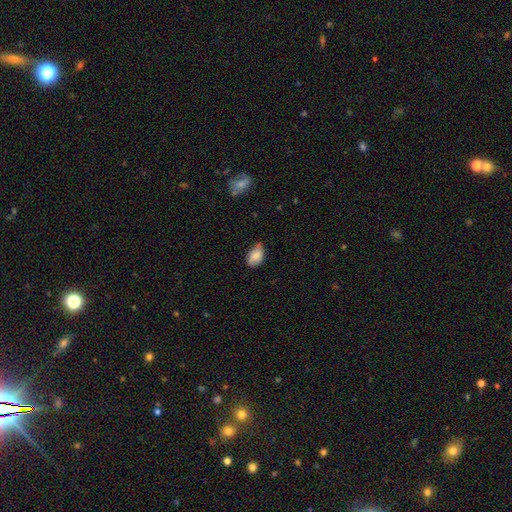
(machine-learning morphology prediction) This is likely a smooth galaxy (79%). How rounded: clearly in between (89%). Merging: possibly none (57%).